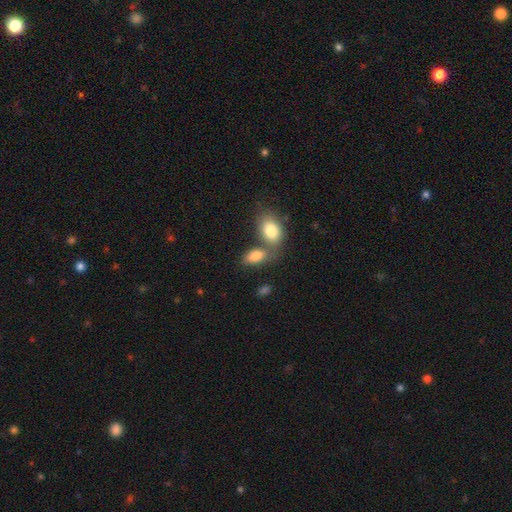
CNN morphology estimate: smooth 83%, featured or disk 9%, star or artifact 8%. Down the decision tree: how rounded — in between (90%); merging — merger (43%, tied with none).